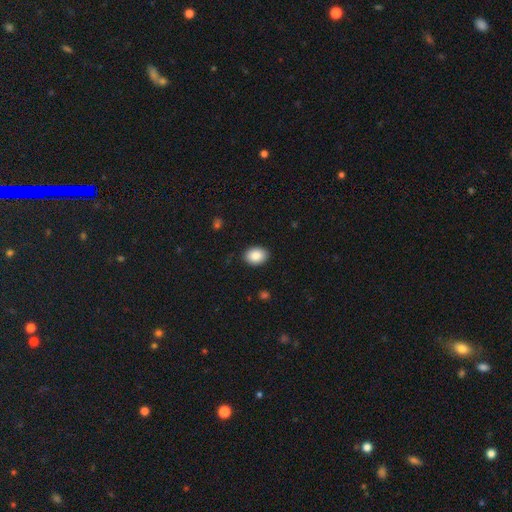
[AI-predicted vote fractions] A smooth galaxy with no disk features (88%) that is in between round and cigar-shaped (73%). Merging: none (89%).